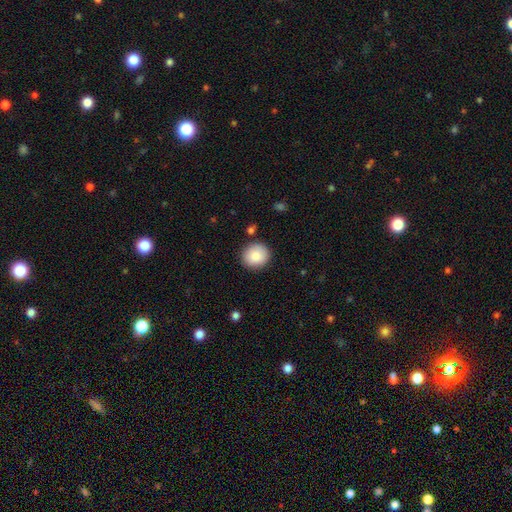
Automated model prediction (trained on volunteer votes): Morphology: type=smooth (86%); roundness=round (89%); merging=none (88%).